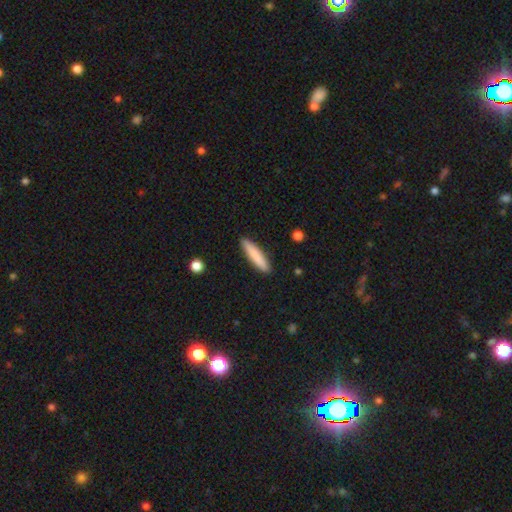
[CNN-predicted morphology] Smooth or featured? smooth (83%)
How rounded? cigar-shaped (88%)
Merging? none (90%)